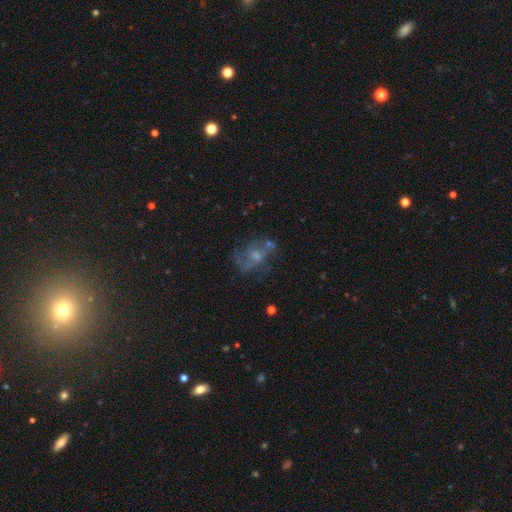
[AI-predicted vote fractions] Q: Smooth or featured?
A: featured or disk (63%); runner-up: smooth (22%)
Q: Edge-on disk?
A: no (96%); runner-up: yes (4%)
Q: Bar?
A: no (69%); runner-up: weak (26%)
Q: Spiral arms?
A: yes (65%); runner-up: no (35%)
Q: Bulge size?
A: moderate (44%); runner-up: small (37%)
Q: Merging?
A: none (51%); runner-up: major disturbance (21%)